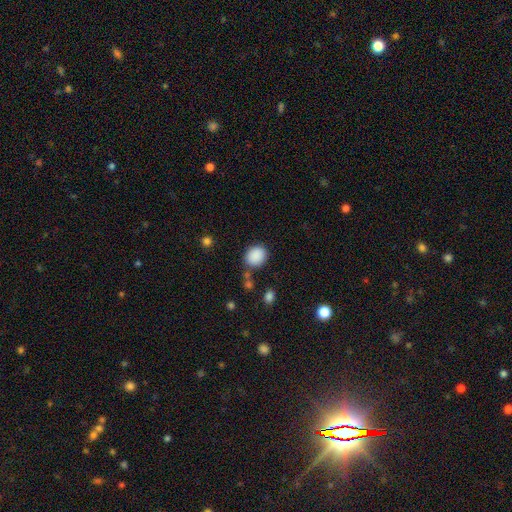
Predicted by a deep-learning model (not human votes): The model was most divided on "how rounded": round: 64%, in between: 35%, cigar-shaped: 1%. More confident: smooth or featured — smooth (88%); merging — none (79%).